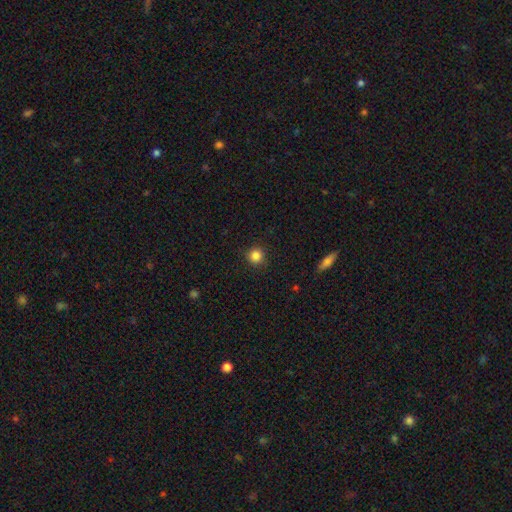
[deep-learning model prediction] This appears to be a smooth galaxy with no disk features (85%) that is round (95%). Merging: none (92%).